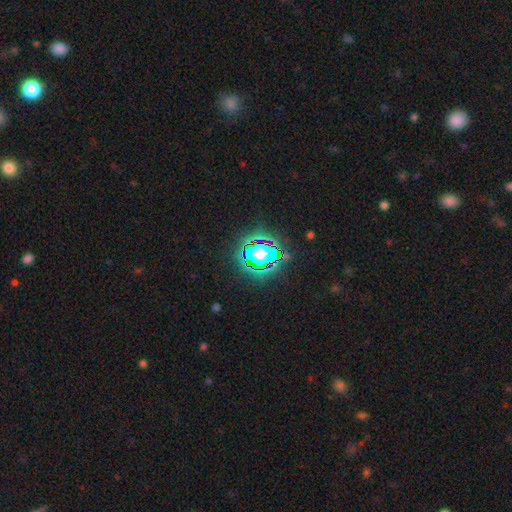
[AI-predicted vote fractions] This is likely a star or artifact rather than a galaxy (75%).